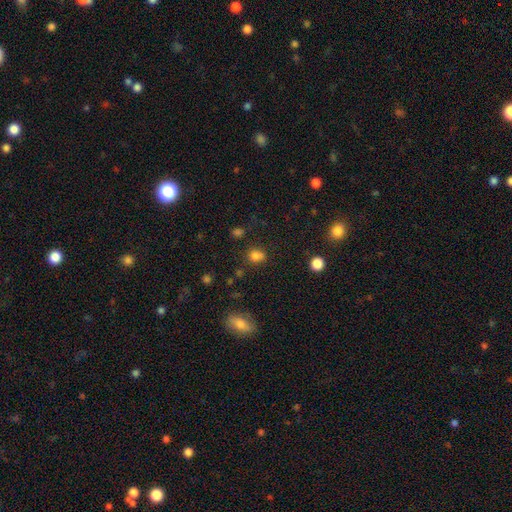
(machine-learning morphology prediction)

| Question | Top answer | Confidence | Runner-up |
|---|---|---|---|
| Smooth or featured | smooth | 77% | star or artifact (16%) |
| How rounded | round | 62% | in between (36%) |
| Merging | none | 64% | minor disturbance (18%) |